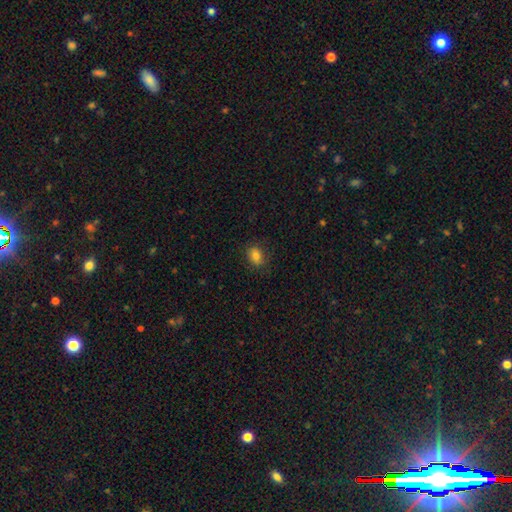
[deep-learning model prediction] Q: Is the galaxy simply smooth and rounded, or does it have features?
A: smooth — 78%.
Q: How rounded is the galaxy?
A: in between — 62%.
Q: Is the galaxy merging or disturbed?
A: none — 80%.